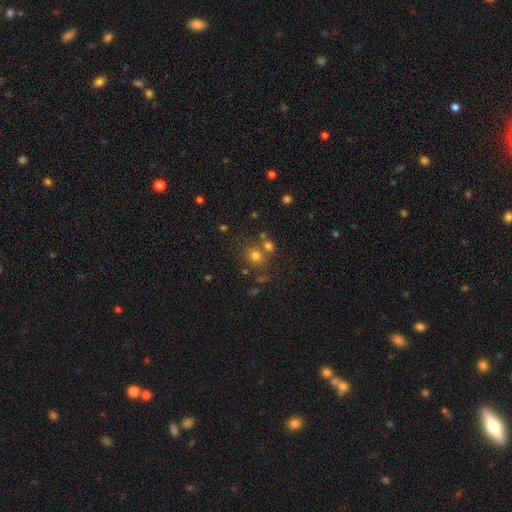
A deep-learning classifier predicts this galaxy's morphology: A smooth galaxy with no disk features (71%) that is round (78%).

Vote fractions:
- Smooth or featured? smooth: 71% / star or artifact: 19% / featured or disk: 10%
- How rounded? round: 78% / in between: 21% / cigar-shaped: 1%
- Merging? none: 63% / merger: 24% / minor disturbance: 9% / major disturbance: 4%